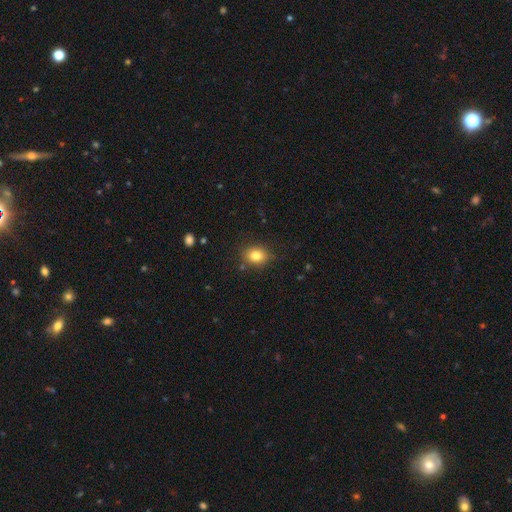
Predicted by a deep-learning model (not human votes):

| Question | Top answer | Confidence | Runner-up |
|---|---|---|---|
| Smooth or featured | smooth | 82% | star or artifact (11%) |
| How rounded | round | 57% | in between (42%) |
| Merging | none | 84% | minor disturbance (11%) |